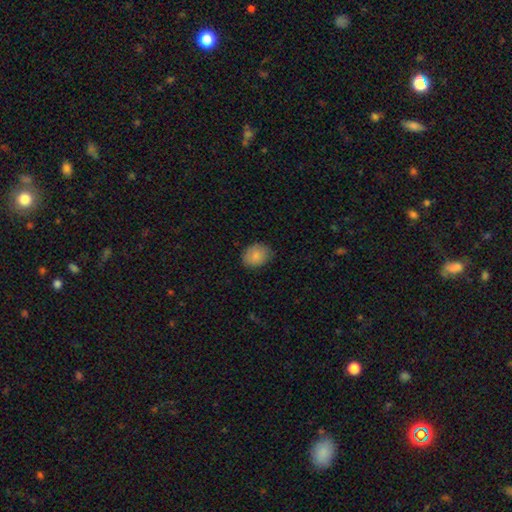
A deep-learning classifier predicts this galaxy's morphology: Smooth or featured? Predicted: smooth (p=0.86). How rounded? Predicted: in between (p=0.58). Merging? Predicted: none (p=0.80).